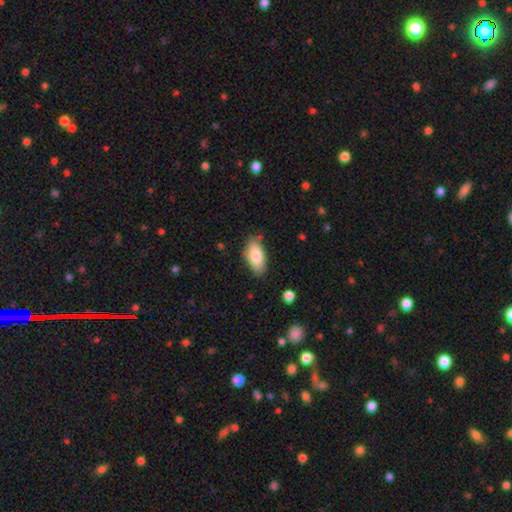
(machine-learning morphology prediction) Smooth or featured?
  - smooth: 81% *
  - featured or disk: 12%
  - star or artifact: 6%
How rounded?
  - in between: 90% *
  - cigar-shaped: 7%
  - round: 2%
Merging?
  - none: 78% *
  - minor disturbance: 17%
  - major disturbance: 3%
  - merger: 2%